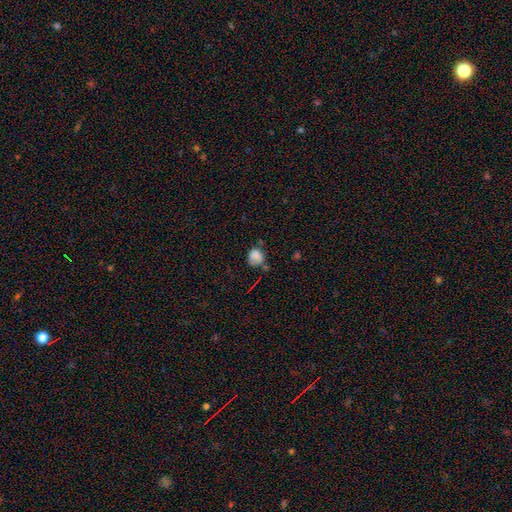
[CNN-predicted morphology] Overall: smooth (82%). How rounded: round (71%). Merging: none (50%; minor disturbance 29%).